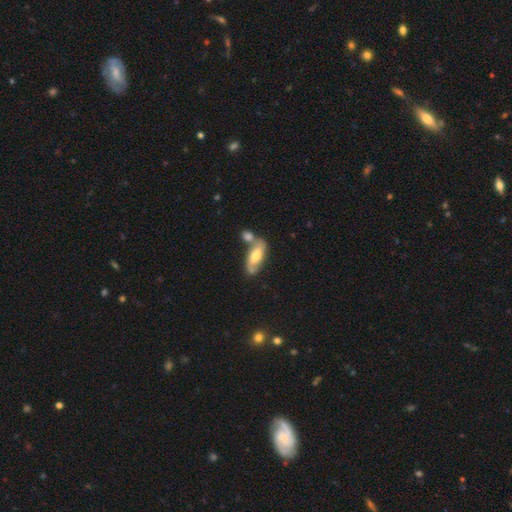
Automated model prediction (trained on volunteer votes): Smooth or featured? smooth (47%)
Merging? none (45%)